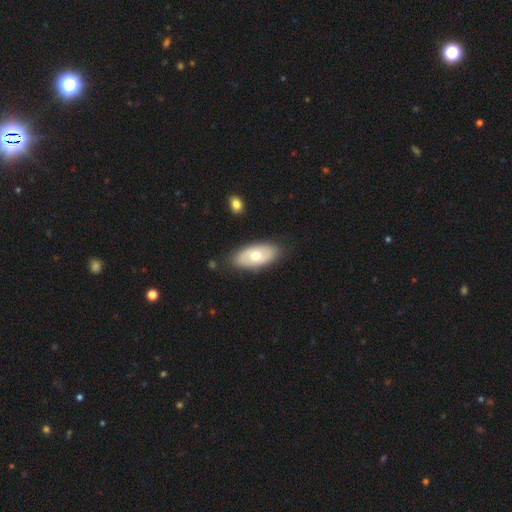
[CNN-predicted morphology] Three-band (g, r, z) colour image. It shows a smooth galaxy with no disk features (60%) that is in between round and cigar-shaped (92%). Merging: none (84%).